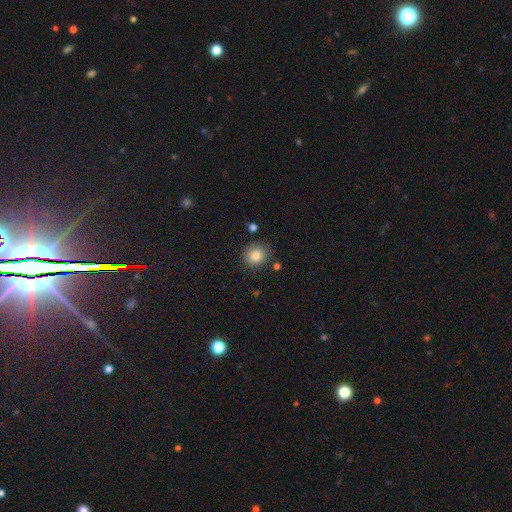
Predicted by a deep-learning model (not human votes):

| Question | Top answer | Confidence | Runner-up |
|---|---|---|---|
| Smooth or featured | smooth | 84% | star or artifact (10%) |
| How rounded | round | 88% | in between (11%) |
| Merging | none | 82% | minor disturbance (11%) |